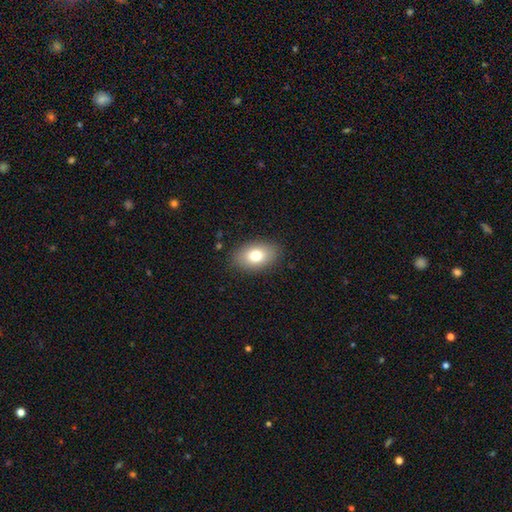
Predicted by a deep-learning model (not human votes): This appears to be a smooth galaxy with no disk features (77%) that is in between round and cigar-shaped (87%). Merging: none (86%).